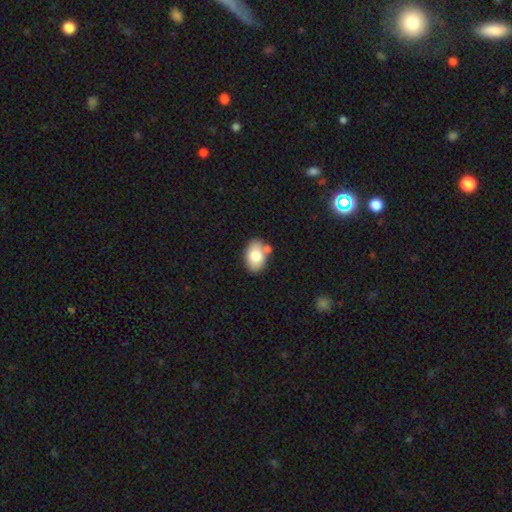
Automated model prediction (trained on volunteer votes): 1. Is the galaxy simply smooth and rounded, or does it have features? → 76% smooth, 16% featured or disk, 7% star or artifact.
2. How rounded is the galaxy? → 84% in between, 15% round, 1% cigar-shaped.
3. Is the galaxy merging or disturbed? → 67% none, 15% merger, 15% minor disturbance, 3% major disturbance.